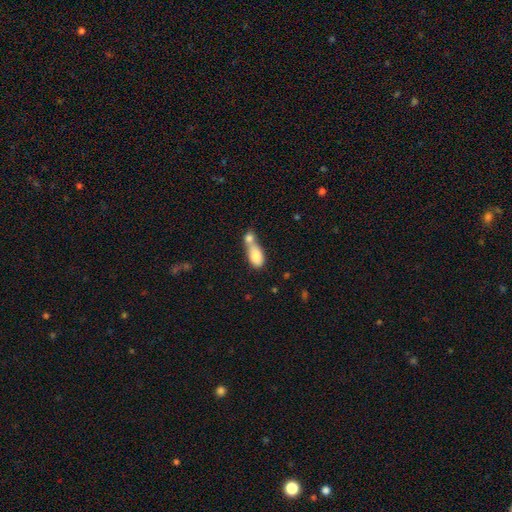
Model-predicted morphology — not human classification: This is likely a smooth galaxy (79%). How rounded: clearly in between (83%). Merging: likely merger (71%).